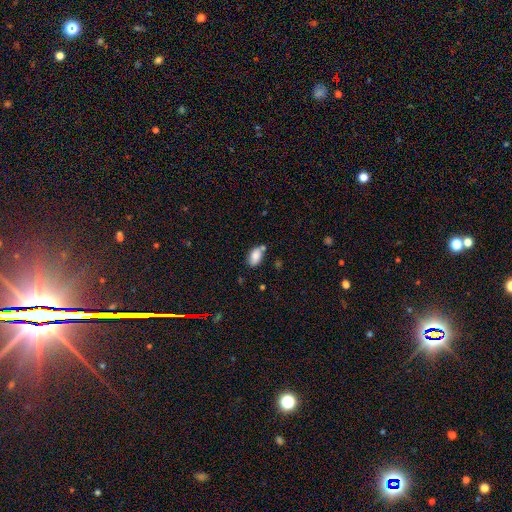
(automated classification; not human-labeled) Smooth or featured? Predicted: smooth (p=0.83). How rounded? Predicted: in between (p=0.92). Merging? Predicted: none (p=0.61).